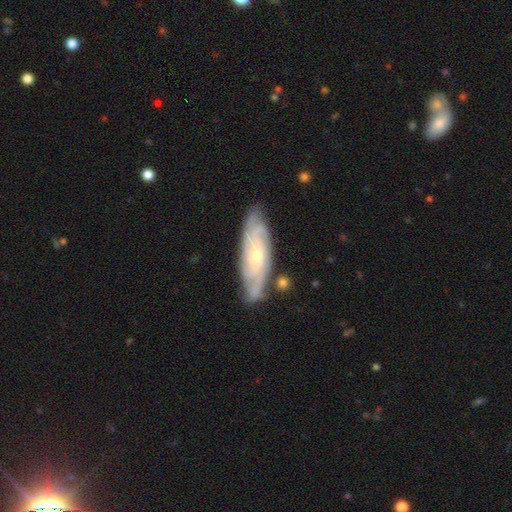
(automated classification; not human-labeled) Overall: featured or disk (82%). Edge-on disk: no (86%). Bar: no (71%). Spiral arms: yes (96%). Spiral arm count: can't tell (33%; 3 23%). Spiral winding: tight (68%). Bulge size: small (60%; moderate 36%). Merging: none (77%).